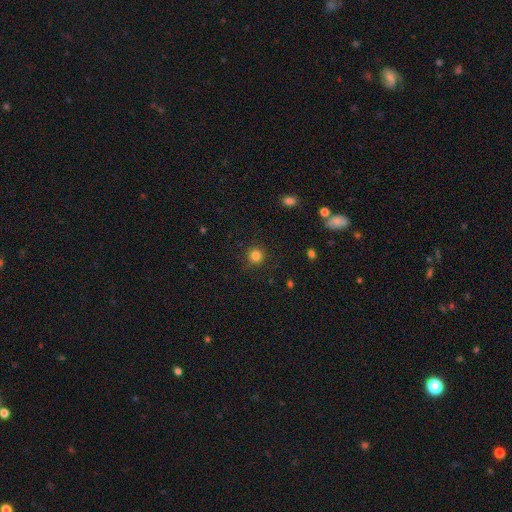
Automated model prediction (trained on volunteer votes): Morphology: type=smooth (83%); roundness=round (94%); merging=none (90%).